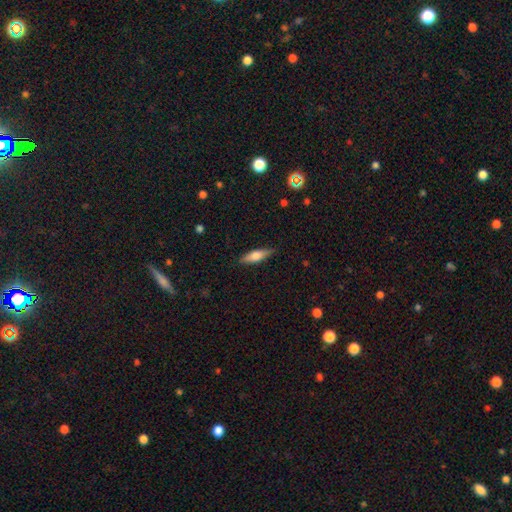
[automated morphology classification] type=smooth (67%); roundness=cigar-shaped (55%); merging=none (86%).